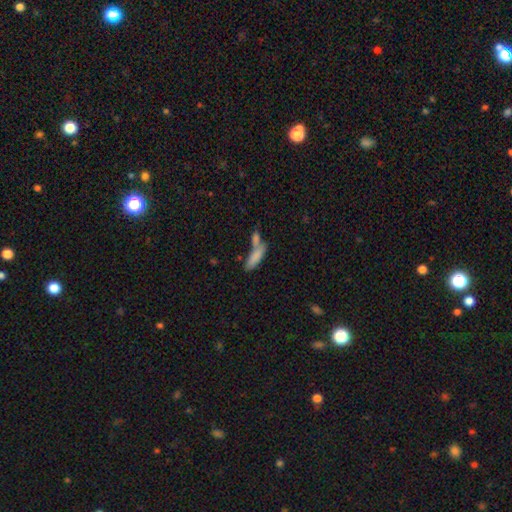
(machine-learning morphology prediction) This appears to be a smooth galaxy with no disk features (80%) that is in between round and cigar-shaped (50%). Merging: merger (47%).